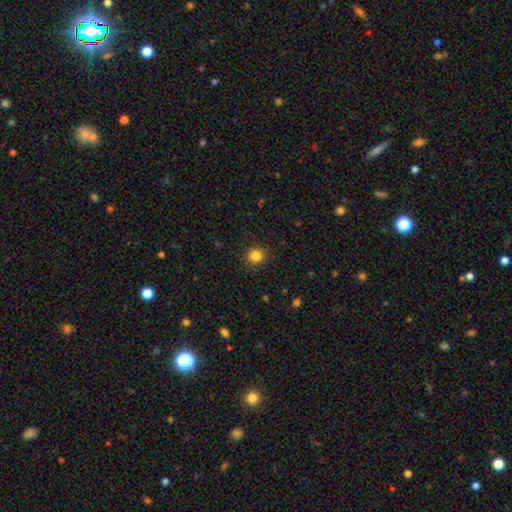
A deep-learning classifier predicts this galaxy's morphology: Q: Smooth or featured?
A: smooth (85%); runner-up: star or artifact (12%)
Q: How rounded?
A: round (93%); runner-up: in between (6%)
Q: Merging?
A: none (92%); runner-up: minor disturbance (5%)